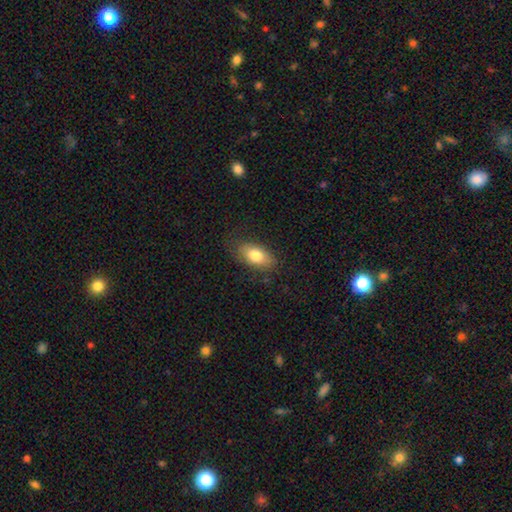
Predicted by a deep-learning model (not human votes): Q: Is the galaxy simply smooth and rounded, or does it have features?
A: smooth — 77%.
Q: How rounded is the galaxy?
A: in between — 90%.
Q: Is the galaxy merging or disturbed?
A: none — 77%.